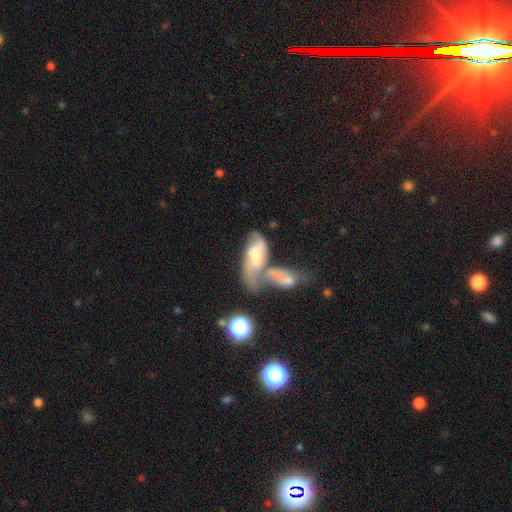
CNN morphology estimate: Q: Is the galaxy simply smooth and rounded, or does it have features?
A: featured or disk — 50%.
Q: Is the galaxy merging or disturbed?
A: merger — 63%.